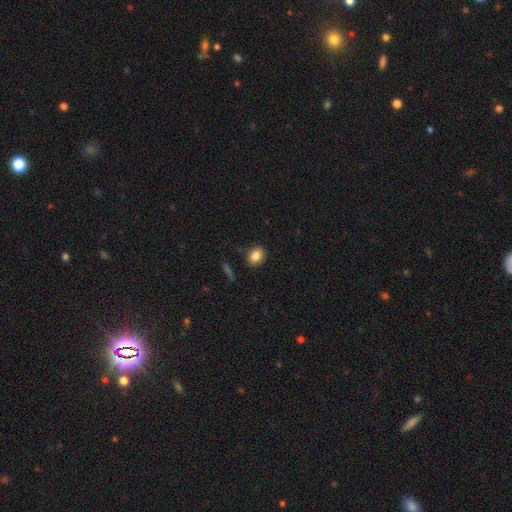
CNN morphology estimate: type=smooth (83%); roundness=round (54%); merging=none (88%).